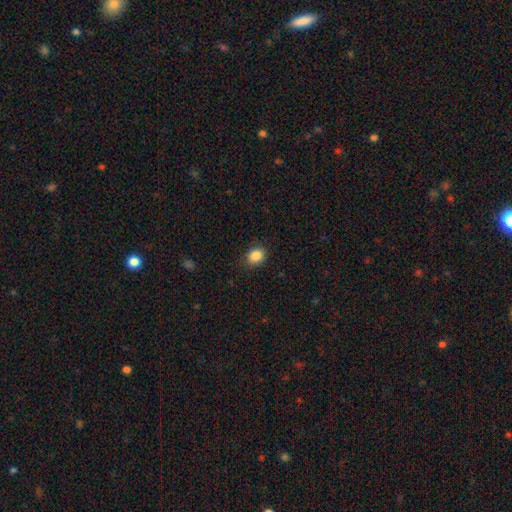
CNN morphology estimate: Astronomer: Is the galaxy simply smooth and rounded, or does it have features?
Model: smooth — 87%.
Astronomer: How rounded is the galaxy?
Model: round — 50%, tied with in between at 50%.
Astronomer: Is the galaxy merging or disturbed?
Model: none — 86%.